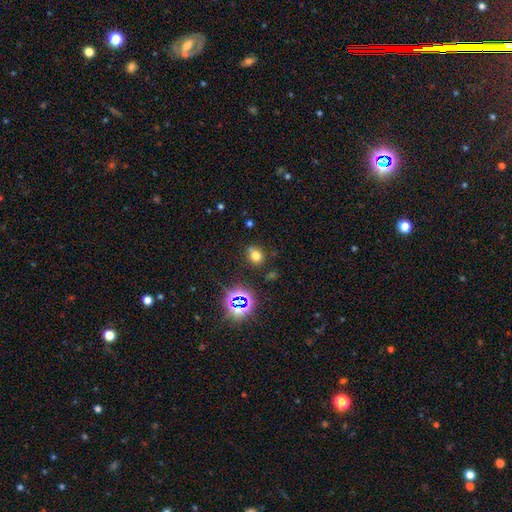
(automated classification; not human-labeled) Smooth or featured? smooth (69%)
How rounded? round (69%)
Merging? none (75%)